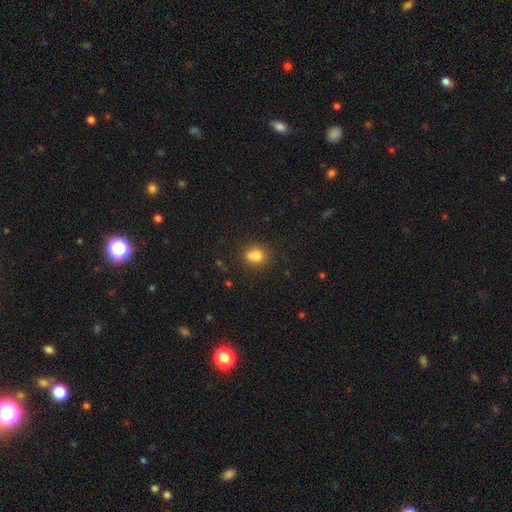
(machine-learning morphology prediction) A smooth galaxy with no disk features (75%) that is round (72%). Merging: none (52%).